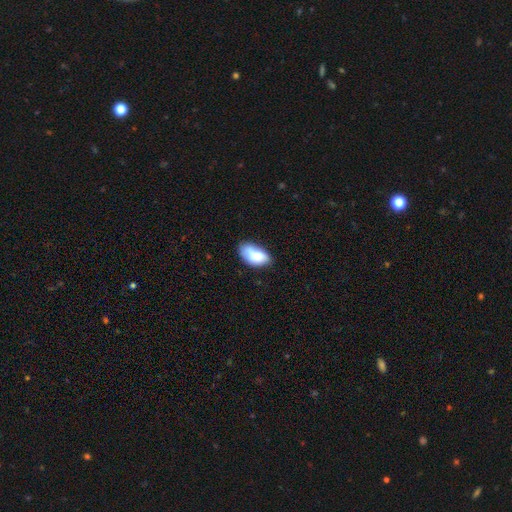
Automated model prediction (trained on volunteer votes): smooth-or-featured: smooth: 81% | featured or disk: 12% | star or artifact: 7%
  how-rounded: in between: 94% | round: 4% | cigar-shaped: 2%
  merging: none: 50% | minor disturbance: 34% | major disturbance: 9% | merger: 6%